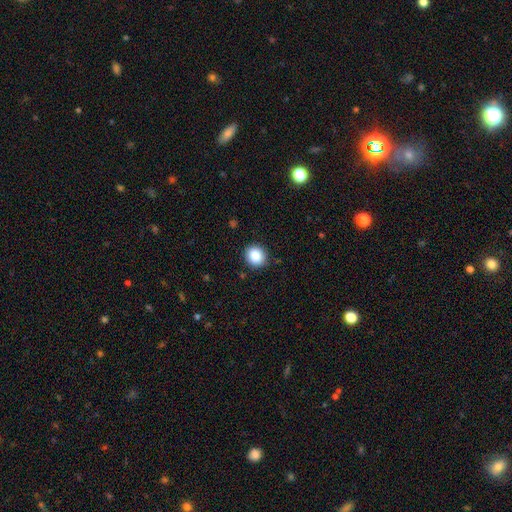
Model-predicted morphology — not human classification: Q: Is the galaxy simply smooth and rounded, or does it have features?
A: smooth — 87%.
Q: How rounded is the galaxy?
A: round — 83%.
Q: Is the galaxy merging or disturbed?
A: none — 89%.